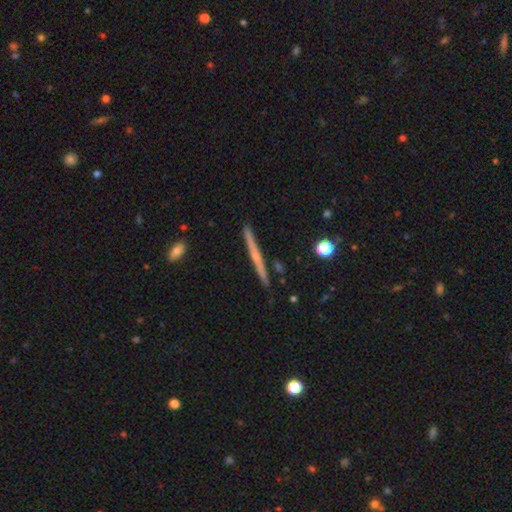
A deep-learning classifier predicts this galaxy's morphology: A featured or disk galaxy (63%) viewed edge-on (98%) with no central bulge (56%).

Vote fractions:
- Smooth or featured? featured or disk: 63% / smooth: 30% / star or artifact: 6%
- Edge-on disk? yes: 98% / no: 2%
- Edge-on bulge? none: 56% / rounded: 38% / boxy: 6%
- Merging? none: 91% / minor disturbance: 6% / merger: 2% / major disturbance: 1%